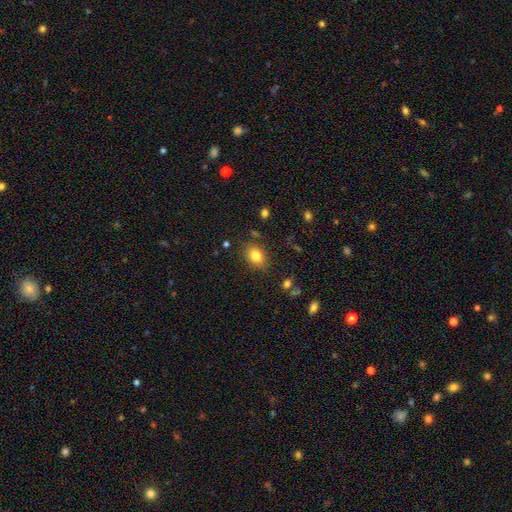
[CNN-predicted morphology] smooth 81%, star or artifact 11%, featured or disk 8%. Down the decision tree: how rounded — in between (56%); merging — none (82%).